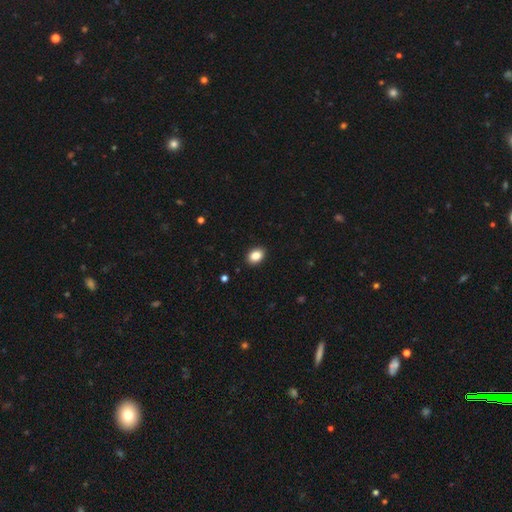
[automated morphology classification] Q: Smooth or featured?
A: smooth (86%); runner-up: star or artifact (9%)
Q: How rounded?
A: in between (73%); runner-up: round (26%)
Q: Merging?
A: none (91%); runner-up: minor disturbance (7%)